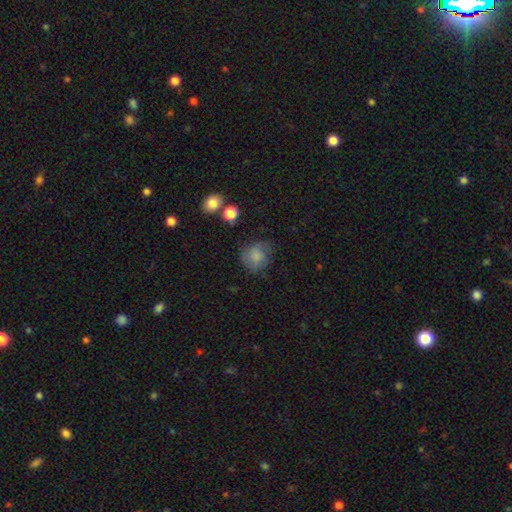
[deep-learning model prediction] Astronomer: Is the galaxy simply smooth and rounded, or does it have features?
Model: smooth — 75%.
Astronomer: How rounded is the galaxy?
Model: round — 73%.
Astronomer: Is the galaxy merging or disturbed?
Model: none — 59%.